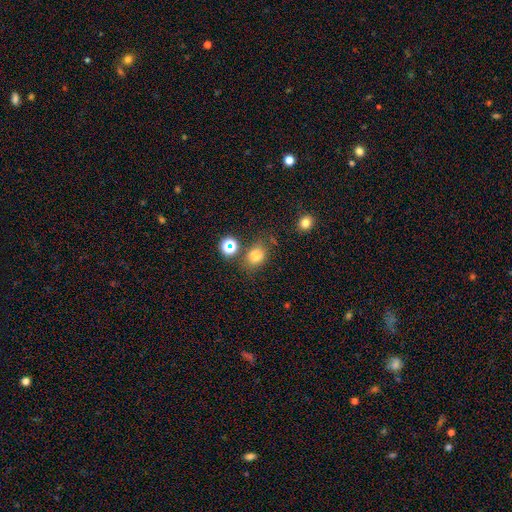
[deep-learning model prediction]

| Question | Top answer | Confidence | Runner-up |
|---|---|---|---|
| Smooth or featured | smooth | 76% | star or artifact (17%) |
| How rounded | in between | 53% | round (46%) |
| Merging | none | 67% | minor disturbance (17%) |